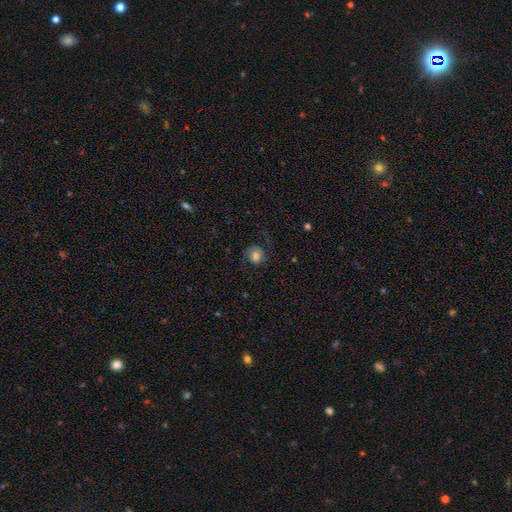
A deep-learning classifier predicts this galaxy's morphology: Q: Smooth or featured?
A: smooth (65%); runner-up: featured or disk (25%)
Q: How rounded?
A: round (80%); runner-up: in between (19%)
Q: Merging?
A: none (68%); runner-up: minor disturbance (18%)